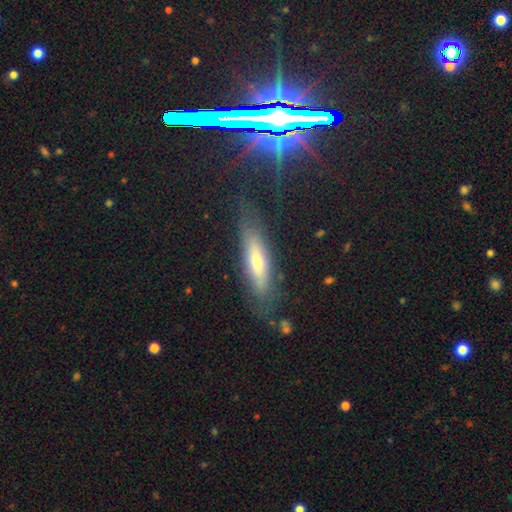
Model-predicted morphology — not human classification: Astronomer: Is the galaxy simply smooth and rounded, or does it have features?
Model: featured or disk — 39% (runner-up: smooth, 38%).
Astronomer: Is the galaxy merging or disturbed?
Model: none — 78%.